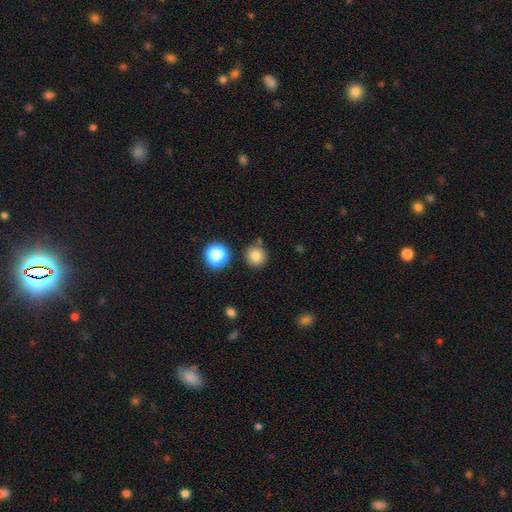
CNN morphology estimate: A smooth galaxy with no disk features (80%) that is round (92%).

Vote fractions:
- Smooth or featured? smooth: 80% / star or artifact: 14% / featured or disk: 7%
- How rounded? round: 92% / in between: 7% / cigar-shaped: 1%
- Merging? none: 81% / minor disturbance: 9% / merger: 7% / major disturbance: 3%